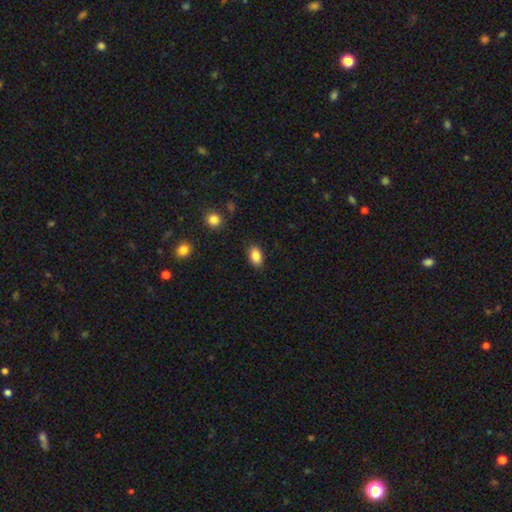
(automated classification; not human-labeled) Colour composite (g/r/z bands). It shows a smooth galaxy with no disk features (87%) that is in between round and cigar-shaped (88%). Merging: none (86%).